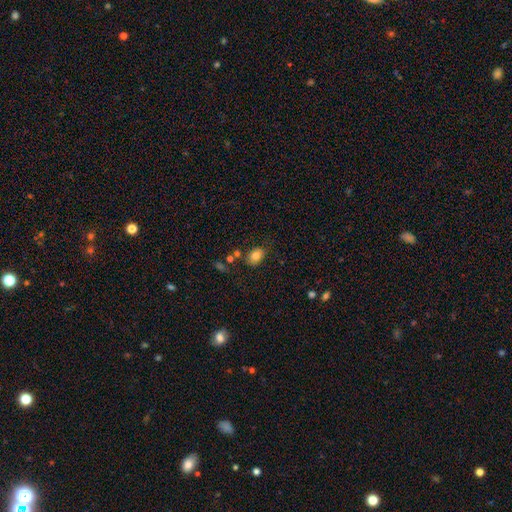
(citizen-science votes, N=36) Overall: smooth (94%). How rounded: in between (68%; round 32%). Merging: none (74%).